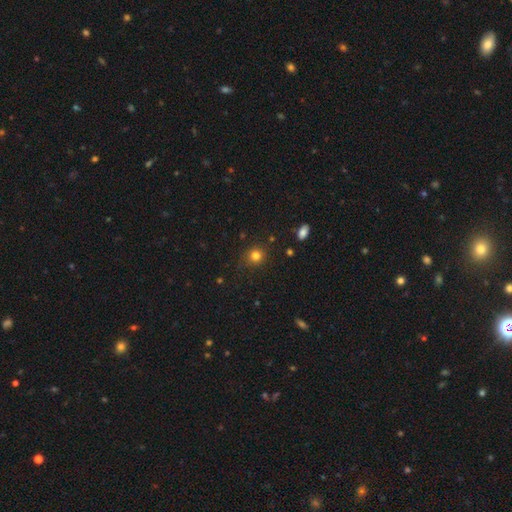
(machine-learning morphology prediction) Smooth or featured?
  - smooth: 80% *
  - star or artifact: 14%
  - featured or disk: 6%
How rounded?
  - round: 84% *
  - in between: 15%
  - cigar-shaped: 1%
Merging?
  - none: 83% *
  - minor disturbance: 12%
  - major disturbance: 3%
  - merger: 2%